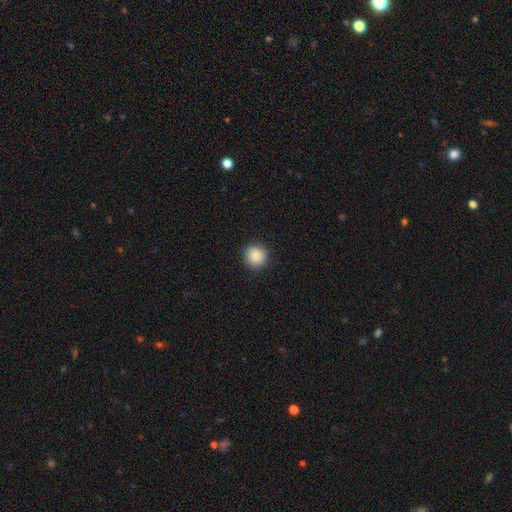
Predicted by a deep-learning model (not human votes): This appears to be a smooth galaxy with no disk features (88%) that is round (92%). Merging: none (90%).